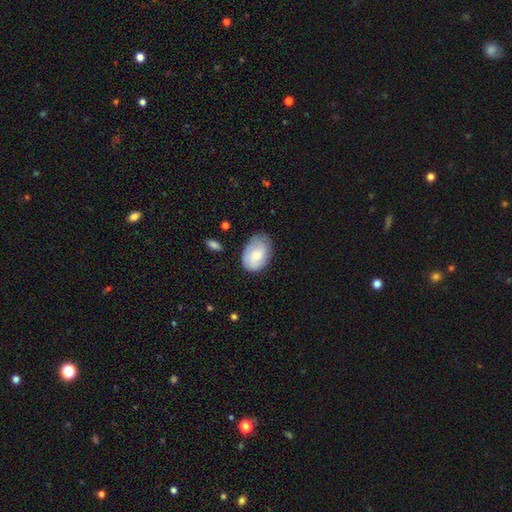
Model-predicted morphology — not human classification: This appears to be a smooth galaxy with no disk features (71%) that is in between round and cigar-shaped (86%). Merging: none (70%).